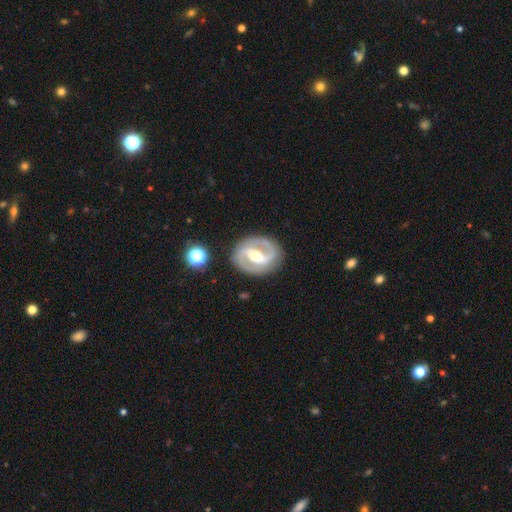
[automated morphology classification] This appears to be a featured or disk galaxy (89%) with a strong bar (61%), 2 (92%) medium (49%) spiral arms (93%) and a moderate central bulge (65%). Merging: none (86%).